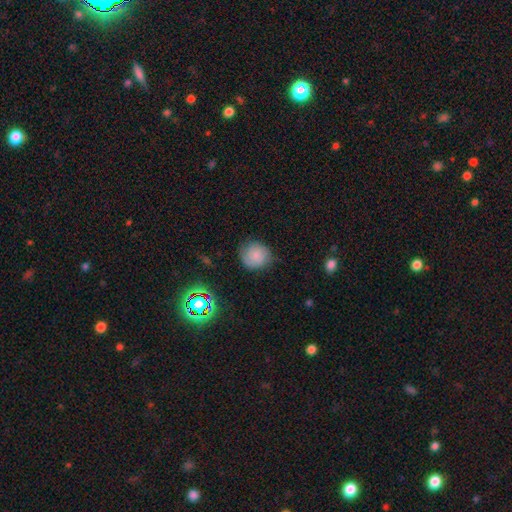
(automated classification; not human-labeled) Smooth or featured?
  - smooth: 72% *
  - featured or disk: 17%
  - star or artifact: 11%
How rounded?
  - round: 88% *
  - in between: 11%
  - cigar-shaped: 1%
Merging?
  - none: 76% *
  - minor disturbance: 18%
  - major disturbance: 5%
  - merger: 1%